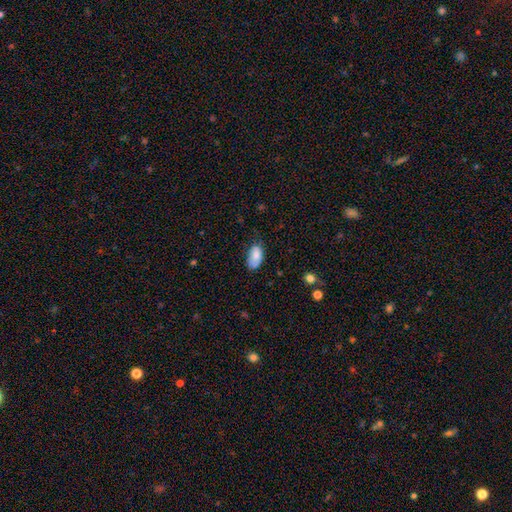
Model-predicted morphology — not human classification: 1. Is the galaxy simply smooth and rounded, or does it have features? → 82% smooth, 10% featured or disk, 7% star or artifact.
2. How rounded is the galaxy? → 94% in between, 4% round, 2% cigar-shaped.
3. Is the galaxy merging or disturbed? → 58% none, 32% minor disturbance, 8% major disturbance, 2% merger.